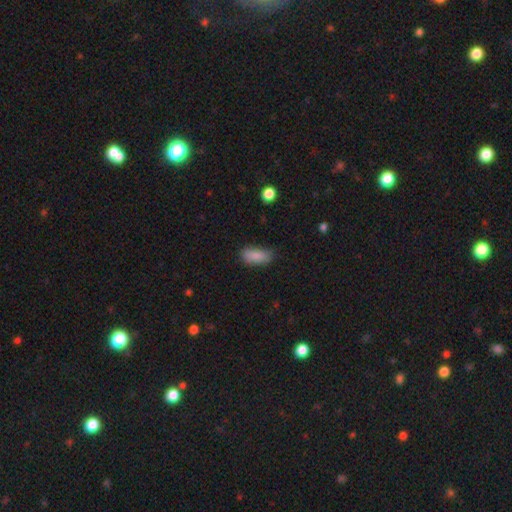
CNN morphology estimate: Overall: smooth (87%). How rounded: in between (82%). Merging: none (76%).